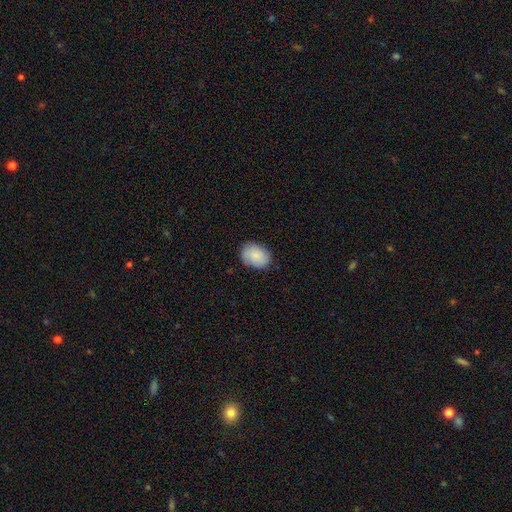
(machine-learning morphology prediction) Smooth or featured? smooth (85%)
How rounded? in between (74%)
Merging? none (81%)